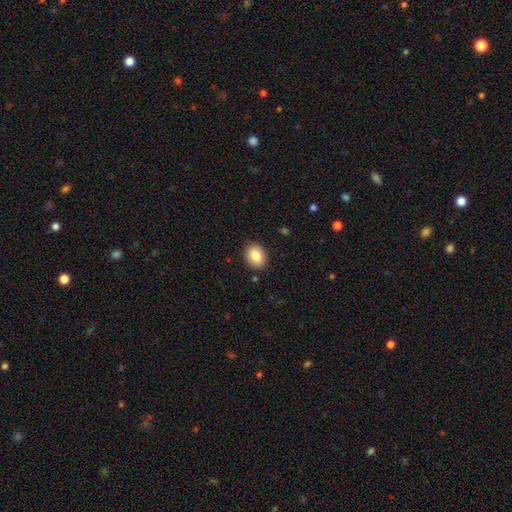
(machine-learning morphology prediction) This appears to be a smooth galaxy with no disk features (85%) that is in between round and cigar-shaped (64%). Merging: none (89%).